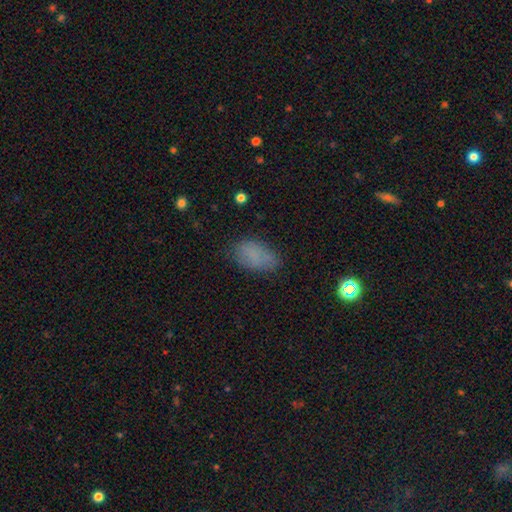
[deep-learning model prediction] Smooth or featured? Predicted: smooth (p=0.79). How rounded? Predicted: in between (p=0.91). Merging? Predicted: none (p=0.70).